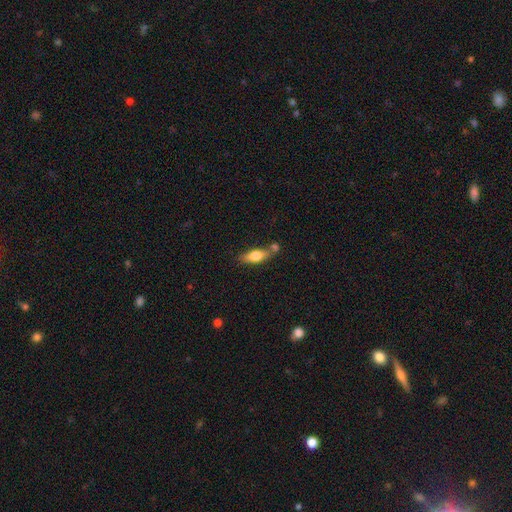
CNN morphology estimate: A smooth galaxy with no disk features (65%) that is in between round and cigar-shaped (62%).

Vote fractions:
- Smooth or featured? smooth: 65% / featured or disk: 29% / star or artifact: 7%
- How rounded? in between: 62% / cigar-shaped: 35% / round: 4%
- Merging? none: 57% / merger: 22% / minor disturbance: 17% / major disturbance: 5%